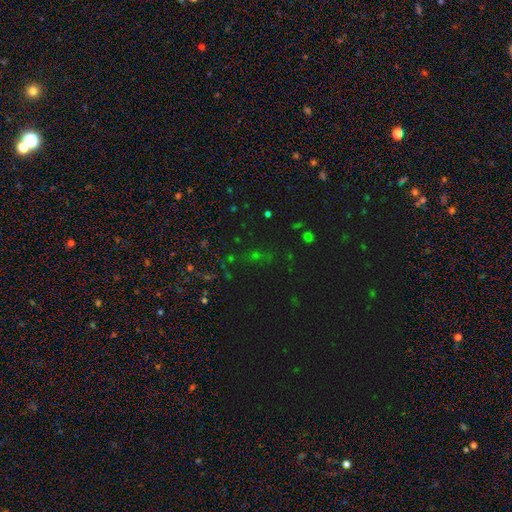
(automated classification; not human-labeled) The model was most divided on "smooth or featured": star or artifact: 67%, smooth: 21%, featured or disk: 12%.